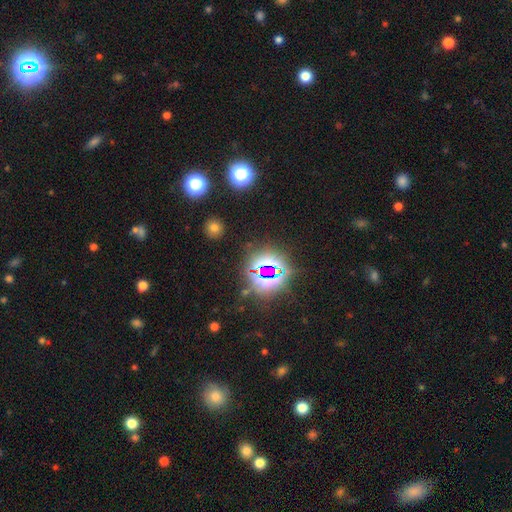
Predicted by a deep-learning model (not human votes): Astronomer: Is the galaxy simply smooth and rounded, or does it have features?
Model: star or artifact — 82%.